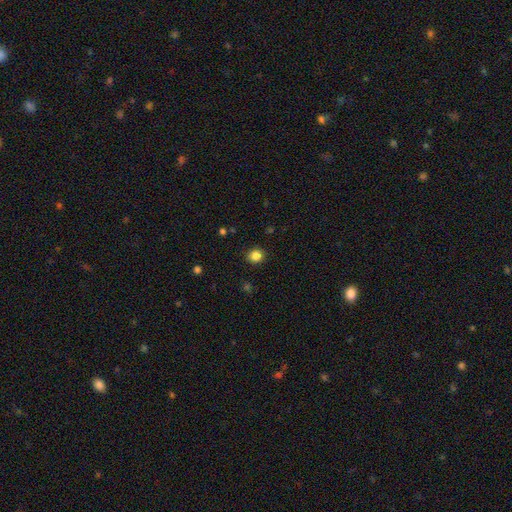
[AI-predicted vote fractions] Smooth or featured? Predicted: smooth (p=0.84). How rounded? Predicted: round (p=0.83). Merging? Predicted: none (p=0.89).